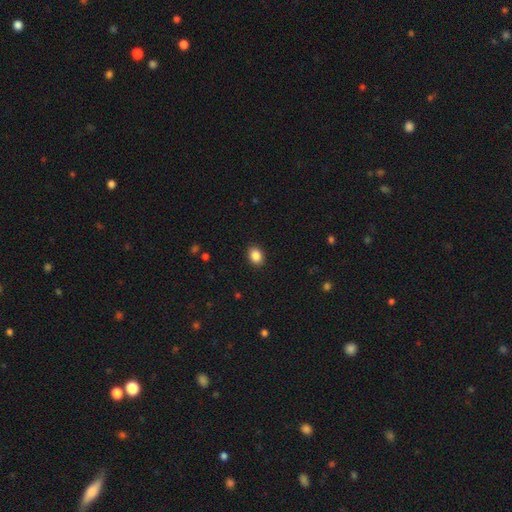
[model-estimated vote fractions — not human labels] smooth_or_featured: smooth (p=0.87) [alt: star or artifact p=0.09]
how_rounded: in between (p=0.63) [alt: round p=0.36]
merging: none (p=0.90) [alt: minor disturbance p=0.07]